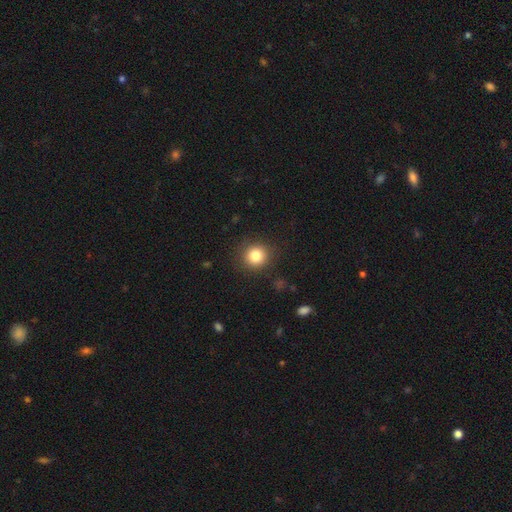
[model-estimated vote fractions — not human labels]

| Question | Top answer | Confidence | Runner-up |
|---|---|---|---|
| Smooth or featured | smooth | 82% | star or artifact (11%) |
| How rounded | round | 90% | in between (10%) |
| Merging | none | 88% | minor disturbance (8%) |